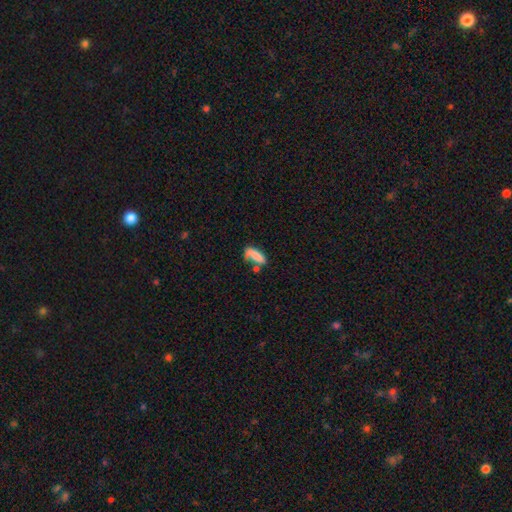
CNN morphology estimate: The model was most divided on "merging": none: 41%, merger: 22%, minor disturbance: 22%, major disturbance: 16%. More confident: smooth or featured — smooth (76%); how rounded — in between (63%).